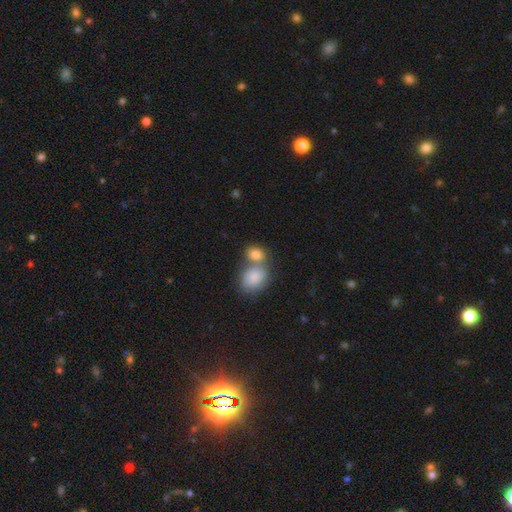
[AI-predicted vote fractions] Q: Smooth or featured?
A: smooth (79%); runner-up: featured or disk (11%)
Q: How rounded?
A: in between (55%); runner-up: round (43%)
Q: Merging?
A: merger (52%); runner-up: none (35%)